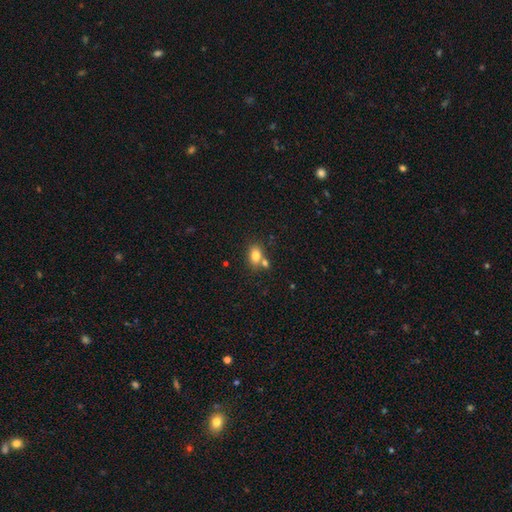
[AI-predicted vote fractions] A smooth galaxy with no disk features (80%) that is in between round and cigar-shaped (71%). Merging: none (56%).